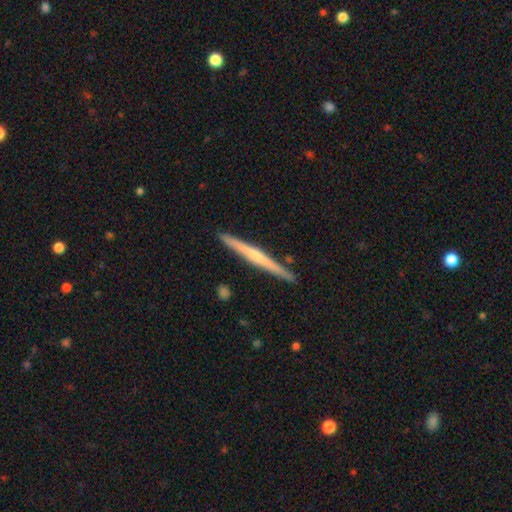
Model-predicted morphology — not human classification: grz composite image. It shows a featured or disk galaxy (62%) viewed edge-on (98%) with no central bulge (46%). Merging: none (90%).